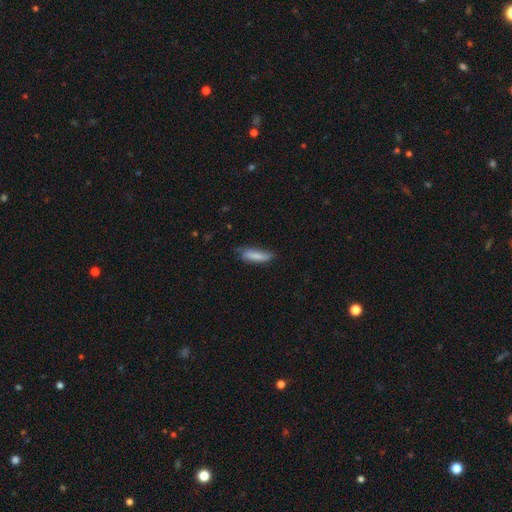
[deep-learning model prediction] smooth 79%, featured or disk 14%, star or artifact 7%. Down the decision tree: how rounded — cigar-shaped (60%); merging — none (56%).